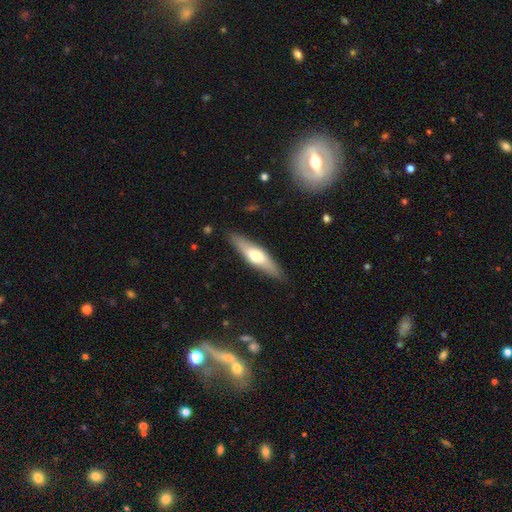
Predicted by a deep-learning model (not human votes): Smooth or featured?
  - smooth: 49% *
  - featured or disk: 46%
  - star or artifact: 5%
Merging?
  - none: 87% *
  - minor disturbance: 10%
  - major disturbance: 2%
  - merger: 1%